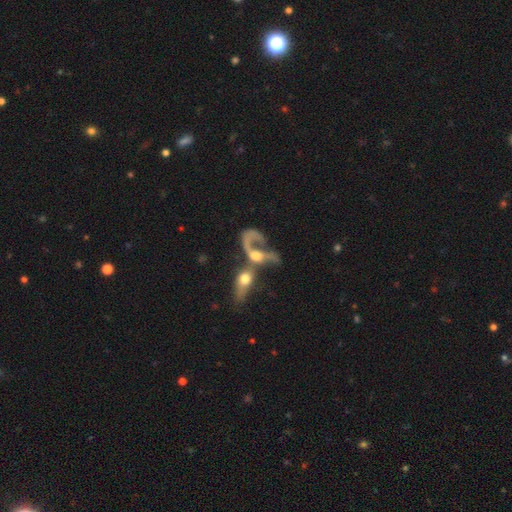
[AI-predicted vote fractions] Morphology: type=featured or disk (61%); edge-on=no (91%); bar=no (75%); spiral arms=yes (55%); bulge=moderate (55%); merging=merger (74%).